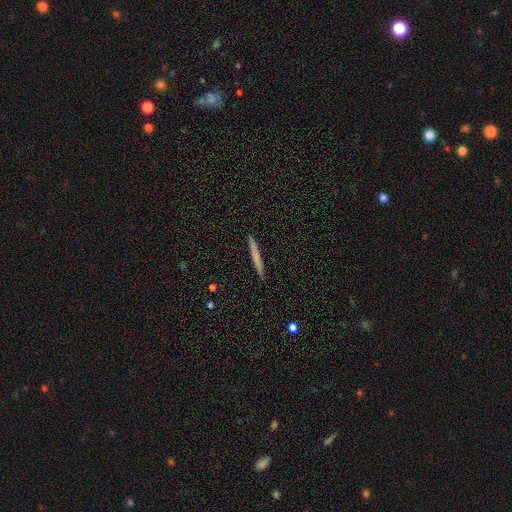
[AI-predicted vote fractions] Morphology: type=smooth (67%); roundness=cigar-shaped (97%); merging=none (92%).